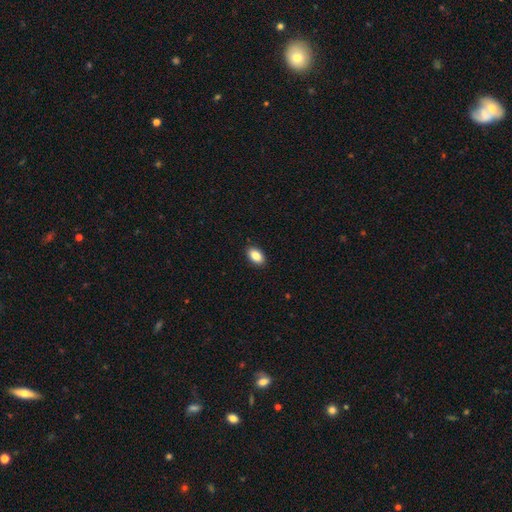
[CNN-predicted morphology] smooth-or-featured: smooth: 87% | star or artifact: 8% | featured or disk: 5%
  how-rounded: in between: 91% | round: 8% | cigar-shaped: 1%
  merging: none: 90% | minor disturbance: 7% | major disturbance: 2% | merger: 1%